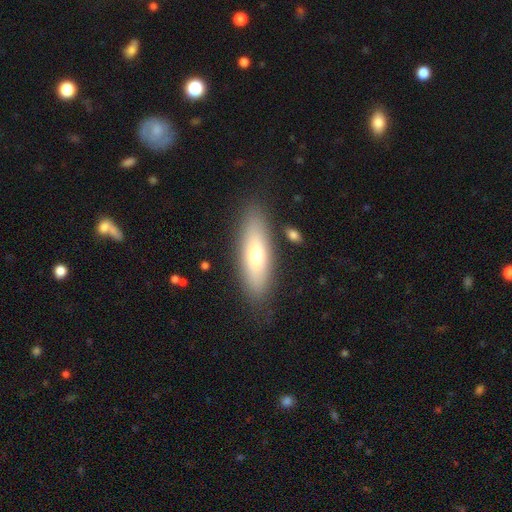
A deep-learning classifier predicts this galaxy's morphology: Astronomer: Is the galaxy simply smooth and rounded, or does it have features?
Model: smooth — 63%.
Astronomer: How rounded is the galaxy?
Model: in between — 54% (runner-up: cigar-shaped, 43%).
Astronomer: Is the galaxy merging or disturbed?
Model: none — 84%.